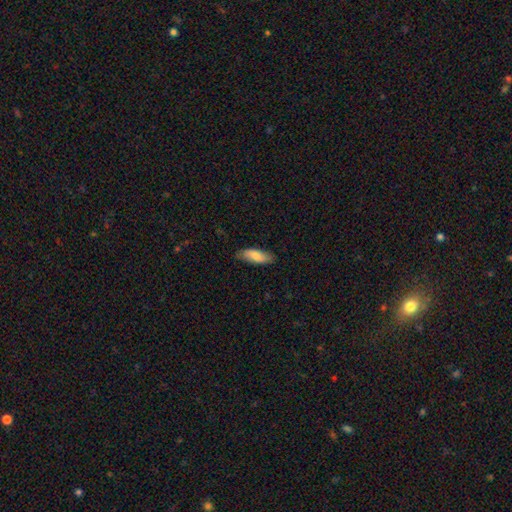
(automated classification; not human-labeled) Overall: smooth (80%). How rounded: in between (69%; cigar-shaped 30%). Merging: none (81%).